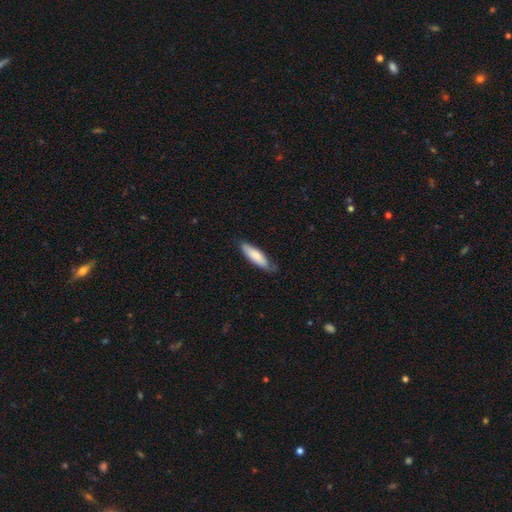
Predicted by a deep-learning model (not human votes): Morphology: type=smooth (80%); roundness=cigar-shaped (58%); merging=none (71%).